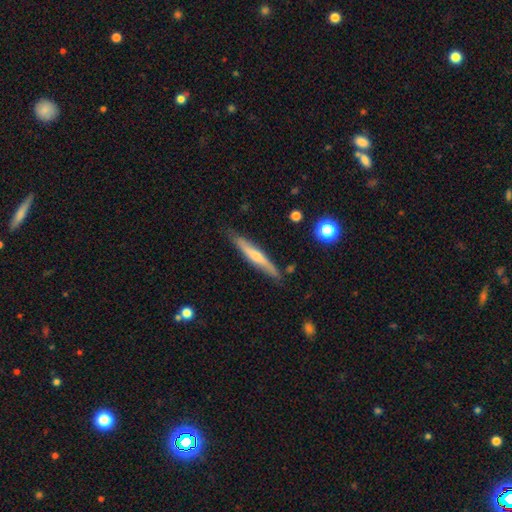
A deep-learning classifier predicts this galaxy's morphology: Smooth or featured?
  - featured or disk: 49% *
  - smooth: 45%
  - star or artifact: 6%
Merging?
  - none: 82% *
  - minor disturbance: 14%
  - major disturbance: 2%
  - merger: 2%